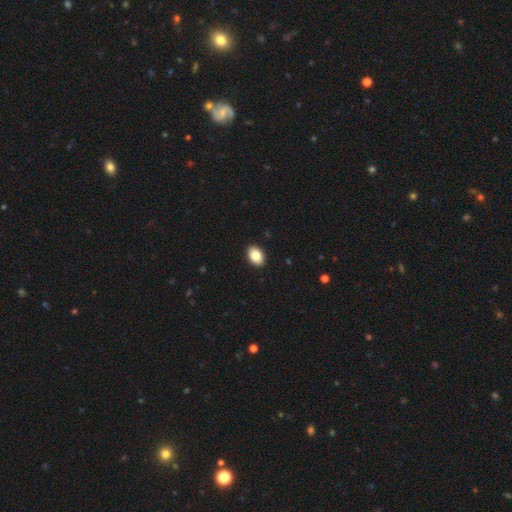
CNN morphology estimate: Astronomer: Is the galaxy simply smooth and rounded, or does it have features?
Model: smooth — 85%.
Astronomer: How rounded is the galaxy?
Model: in between — 84%.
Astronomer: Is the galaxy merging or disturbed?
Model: none — 92%.